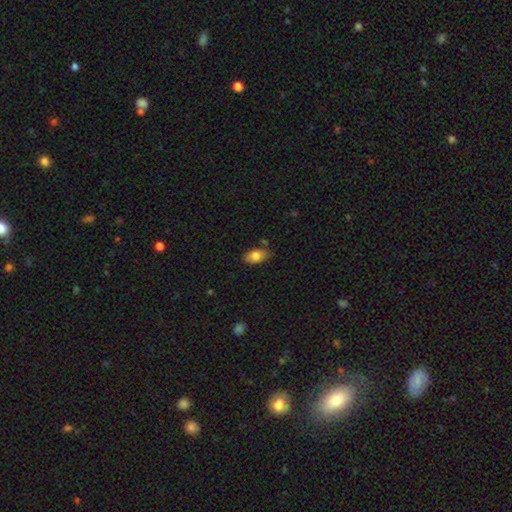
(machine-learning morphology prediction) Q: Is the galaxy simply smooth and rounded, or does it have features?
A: smooth — 81%.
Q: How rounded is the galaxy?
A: in between — 91%.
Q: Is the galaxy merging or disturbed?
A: none — 77%.